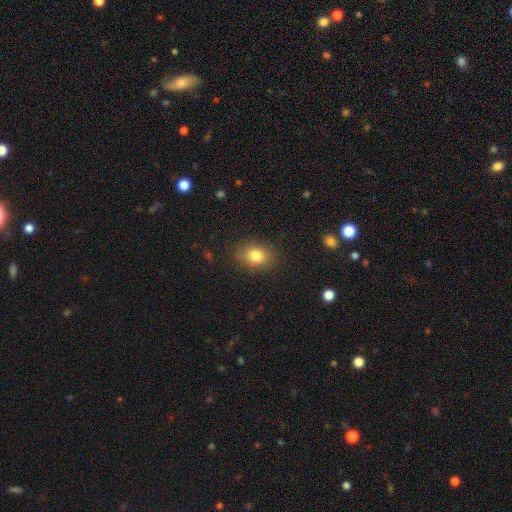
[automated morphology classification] The model was most divided on "how rounded": in between: 65%, round: 34%, cigar-shaped: 1%. More confident: merging — none (85%); smooth or featured — smooth (82%).